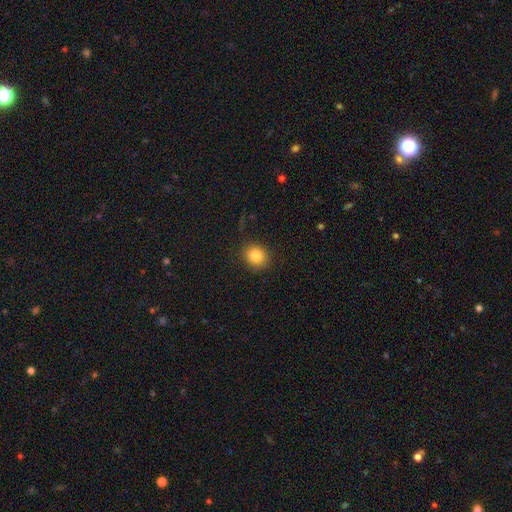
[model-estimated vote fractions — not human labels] Q: Smooth or featured?
A: smooth (84%); runner-up: star or artifact (10%)
Q: How rounded?
A: round (77%); runner-up: in between (22%)
Q: Merging?
A: none (88%); runner-up: minor disturbance (9%)